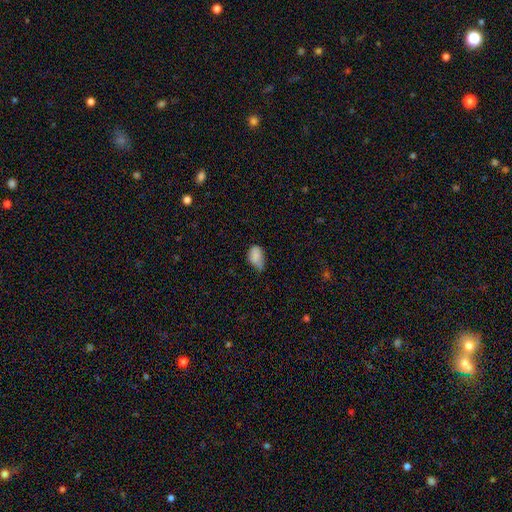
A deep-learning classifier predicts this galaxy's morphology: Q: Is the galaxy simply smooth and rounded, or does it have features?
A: smooth — 83%.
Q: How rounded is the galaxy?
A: in between — 87%.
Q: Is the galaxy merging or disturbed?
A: minor disturbance — 49%.